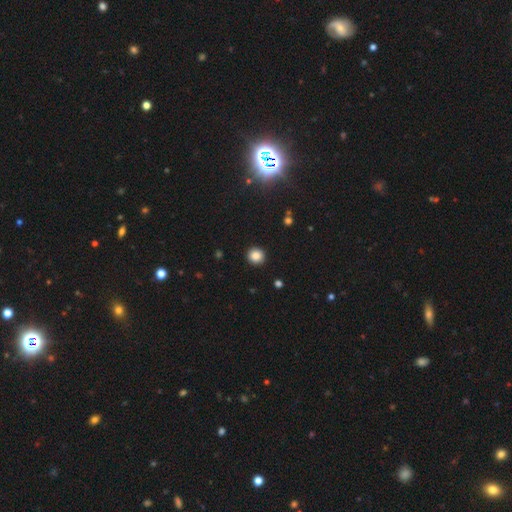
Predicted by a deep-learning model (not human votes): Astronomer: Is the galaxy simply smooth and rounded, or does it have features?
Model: smooth — 86%.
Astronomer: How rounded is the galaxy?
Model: round — 92%.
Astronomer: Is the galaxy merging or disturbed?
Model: none — 92%.